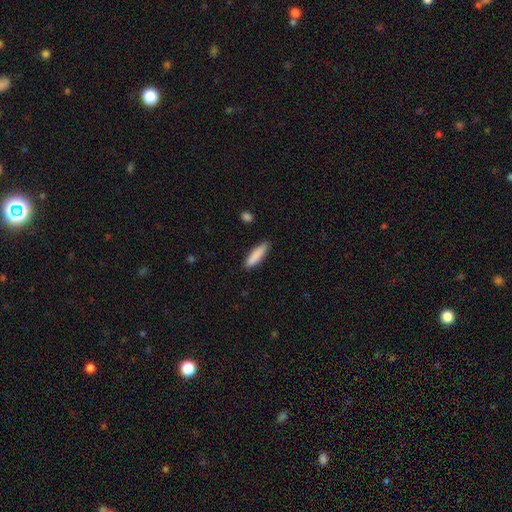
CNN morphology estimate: smooth 87%, featured or disk 7%, star or artifact 6%. Down the decision tree: how rounded — cigar-shaped (71%); merging — none (85%).